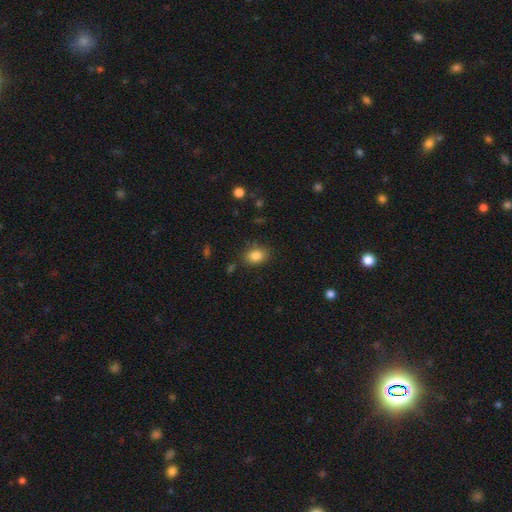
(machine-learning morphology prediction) Smooth or featured: smooth — 85% (star or artifact — 10%)
How rounded: in between — 63% (round — 36%)
Merging: none — 82% (minor disturbance — 13%)